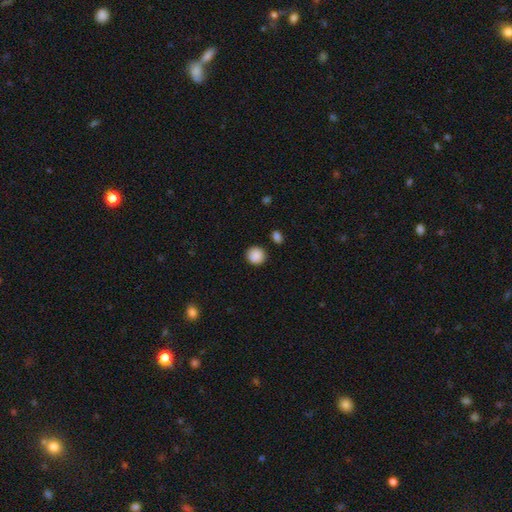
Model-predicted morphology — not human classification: The model was most divided on "merging": none: 88%, minor disturbance: 7%, merger: 2%, major disturbance: 2%. More confident: how rounded — round (91%); smooth or featured — smooth (89%).